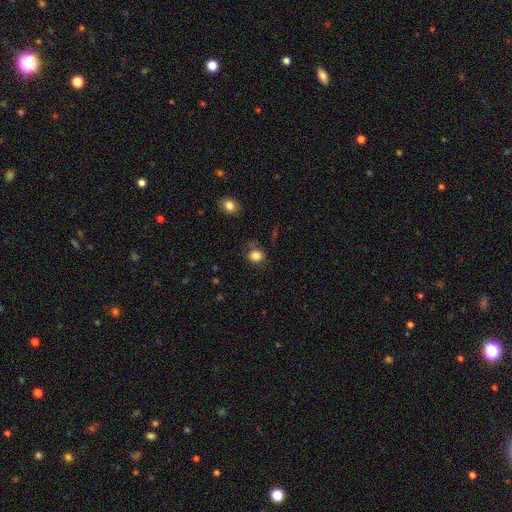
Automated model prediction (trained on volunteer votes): This is clearly a smooth galaxy (84%). How rounded: likely round (68%). Merging: likely none (72%).